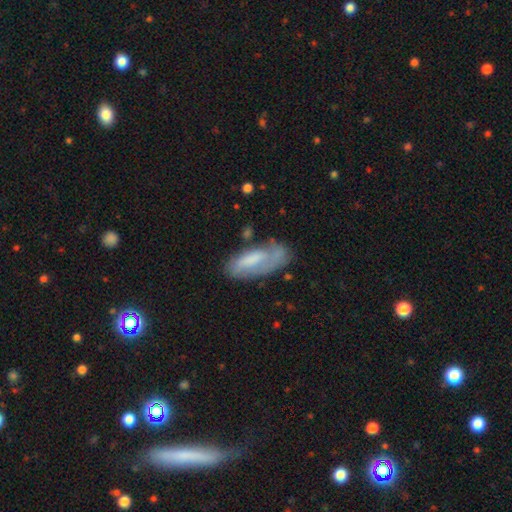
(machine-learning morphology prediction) Q: Smooth or featured?
A: smooth (59%); runner-up: featured or disk (34%)
Q: How rounded?
A: in between (72%); runner-up: cigar-shaped (26%)
Q: Merging?
A: none (50%); runner-up: minor disturbance (28%)